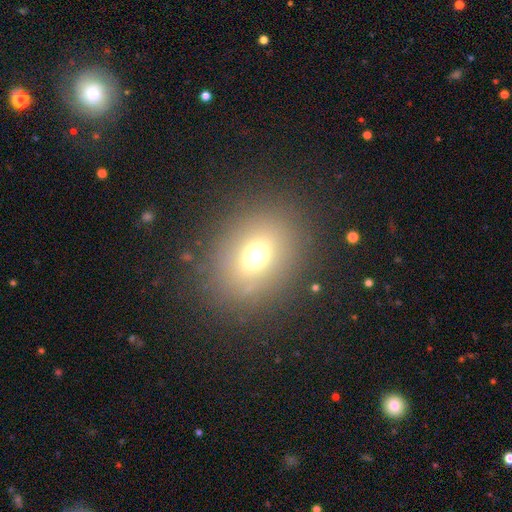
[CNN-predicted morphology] This is likely a smooth galaxy (65%). How rounded: possibly round (51%). Merging: clearly none (83%).